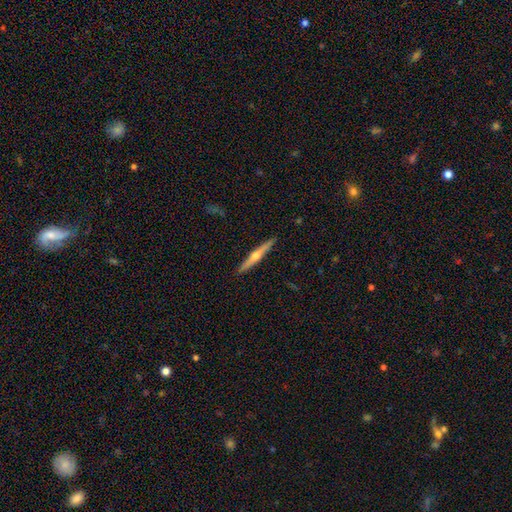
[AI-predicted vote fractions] A featured or disk galaxy (69%) viewed edge-on (97%) with a rounded central bulge (91%).

Vote fractions:
- Smooth or featured? featured or disk: 69% / smooth: 26% / star or artifact: 5%
- Edge-on disk? yes: 97% / no: 3%
- Edge-on bulge? rounded: 91% / none: 6% / boxy: 3%
- Merging? none: 91% / minor disturbance: 7% / major disturbance: 1% / merger: 1%